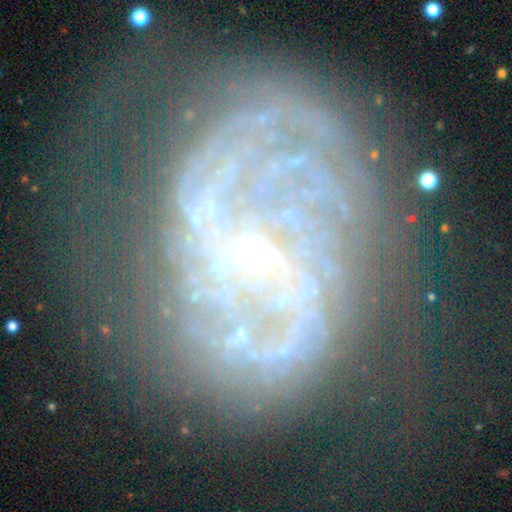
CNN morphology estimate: featured or disk 81%, star or artifact 10%, smooth 9%. Down the decision tree: edge-on disk — no (97%); bar — no (57%); spiral arms — yes (88%); spiral arm count — can't tell (36%); spiral winding — tight (57%); bulge size — small (71%); merging — none (58%).